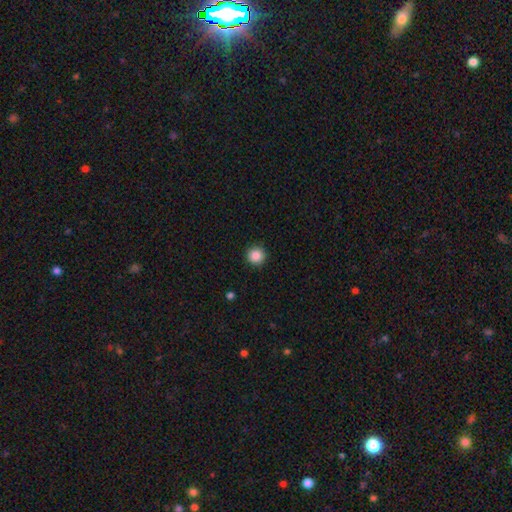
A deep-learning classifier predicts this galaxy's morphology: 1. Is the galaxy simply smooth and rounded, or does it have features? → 87% smooth, 10% star or artifact, 3% featured or disk.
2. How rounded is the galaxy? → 95% round, 4% in between, 1% cigar-shaped.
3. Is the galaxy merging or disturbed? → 92% none, 5% minor disturbance, 2% major disturbance, 1% merger.